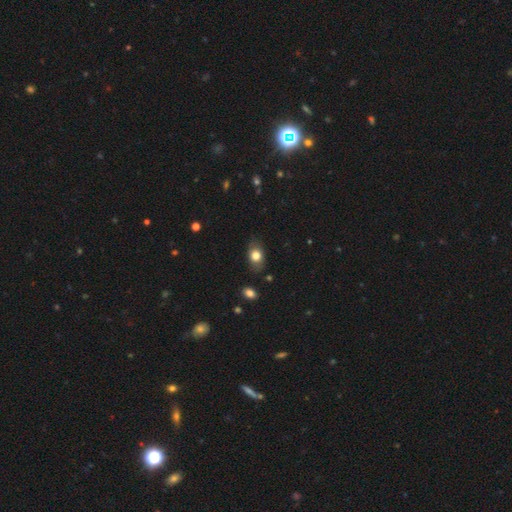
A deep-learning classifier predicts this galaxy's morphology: smooth-or-featured: smooth: 77% | featured or disk: 14% | star or artifact: 9%
  how-rounded: in between: 73% | round: 25% | cigar-shaped: 2%
  merging: none: 78% | minor disturbance: 17% | major disturbance: 4% | merger: 1%